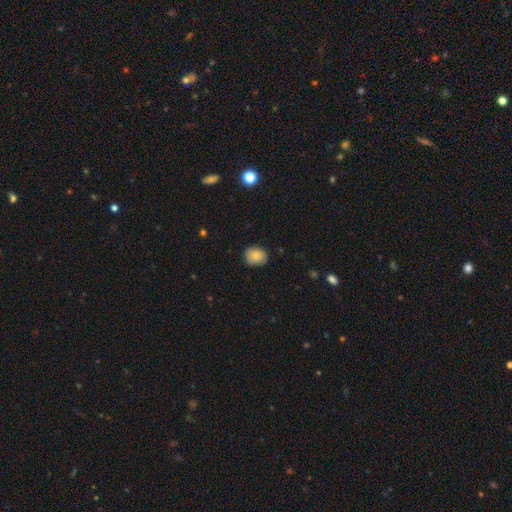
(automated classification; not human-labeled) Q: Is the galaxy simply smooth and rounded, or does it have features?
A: smooth — 84%.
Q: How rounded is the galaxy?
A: round — 62%.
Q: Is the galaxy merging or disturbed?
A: none — 81%.